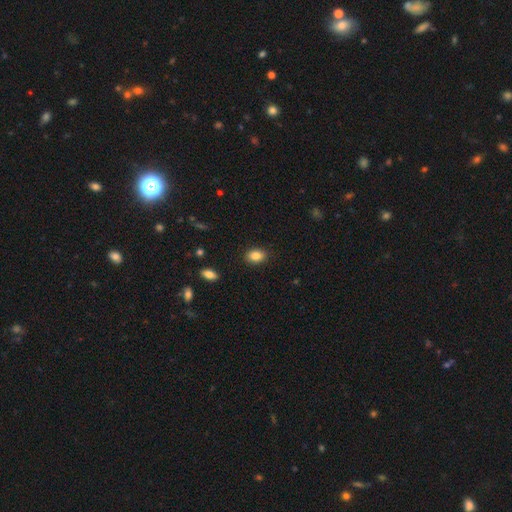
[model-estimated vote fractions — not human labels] smooth_or_featured: smooth (p=0.86) [alt: star or artifact p=0.09]
how_rounded: in between (p=0.78) [alt: round p=0.21]
merging: none (p=0.87) [alt: minor disturbance p=0.09]